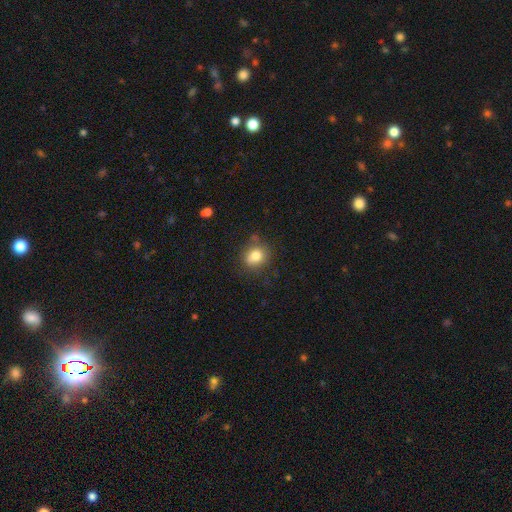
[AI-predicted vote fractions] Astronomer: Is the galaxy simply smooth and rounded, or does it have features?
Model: smooth — 79%.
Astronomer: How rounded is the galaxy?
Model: round — 75%.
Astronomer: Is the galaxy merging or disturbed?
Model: none — 73%.